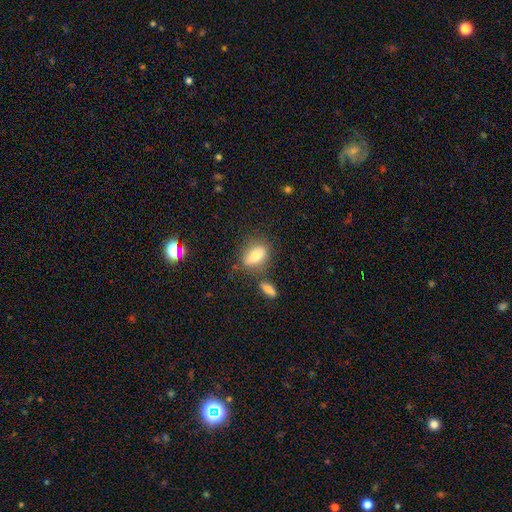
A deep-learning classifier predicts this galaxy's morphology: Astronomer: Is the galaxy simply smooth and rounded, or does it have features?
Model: smooth — 72%.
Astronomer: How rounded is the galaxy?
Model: in between — 79%.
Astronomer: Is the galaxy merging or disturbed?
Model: none — 64%.